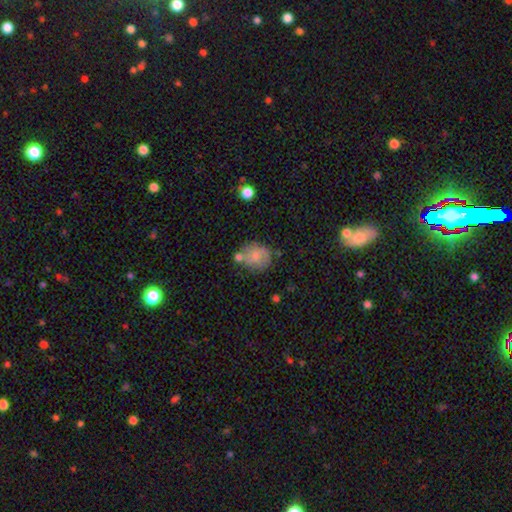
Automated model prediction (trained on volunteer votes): Smooth or featured?
  - smooth: 69% *
  - featured or disk: 22%
  - star or artifact: 9%
How rounded?
  - round: 64% *
  - in between: 35%
  - cigar-shaped: 1%
Merging?
  - none: 52% *
  - minor disturbance: 22%
  - merger: 17%
  - major disturbance: 9%